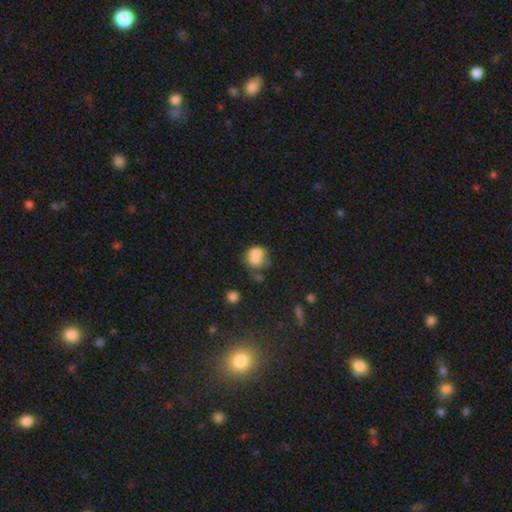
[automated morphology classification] Smooth or featured?
  - smooth: 68% *
  - featured or disk: 21%
  - star or artifact: 11%
How rounded?
  - round: 62% *
  - in between: 37%
  - cigar-shaped: 1%
Merging?
  - merger: 39% *
  - none: 29%
  - minor disturbance: 18%
  - major disturbance: 14%